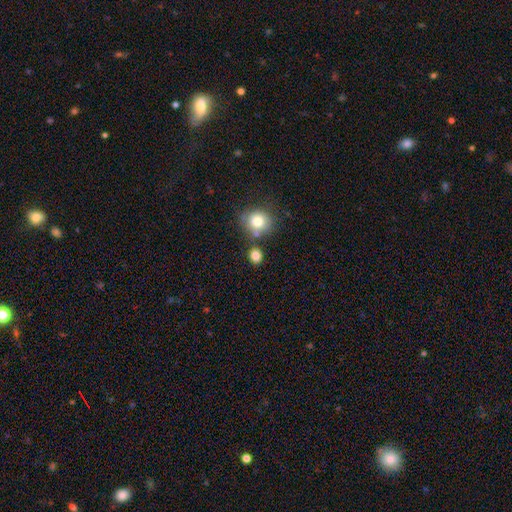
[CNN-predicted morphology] Smooth or featured: smooth — 82% (star or artifact — 11%)
How rounded: round — 72% (in between — 27%)
Merging: none — 73% (merger — 14%)